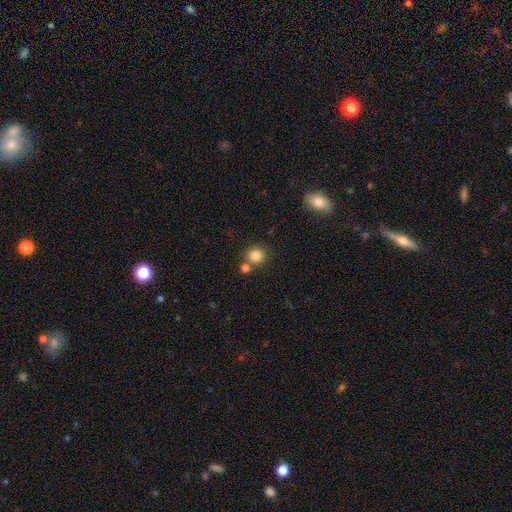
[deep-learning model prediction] smooth_or_featured: smooth (p=0.83) [alt: star or artifact p=0.12]
how_rounded: round (p=0.91) [alt: in between p=0.08]
merging: none (p=0.70) [alt: merger p=0.19]